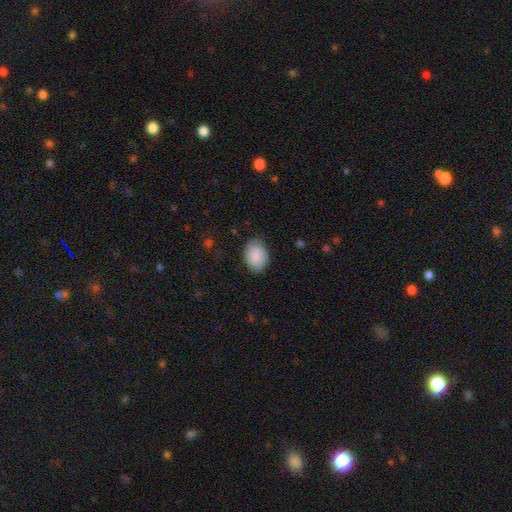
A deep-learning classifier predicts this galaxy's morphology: Q: Smooth or featured?
A: smooth (89%); runner-up: star or artifact (6%)
Q: How rounded?
A: in between (77%); runner-up: round (22%)
Q: Merging?
A: none (76%); runner-up: minor disturbance (19%)